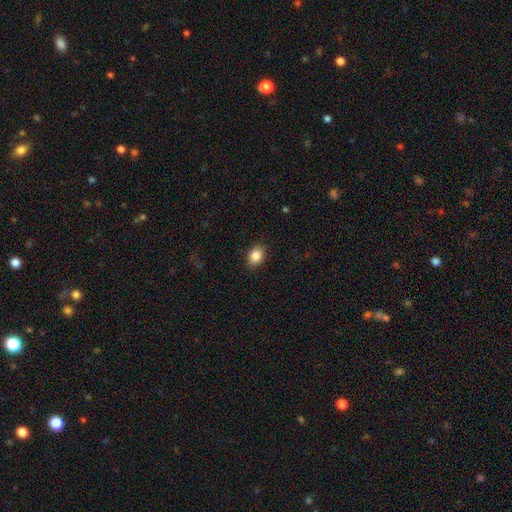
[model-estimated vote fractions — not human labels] A smooth galaxy with no disk features (86%) that is in between round and cigar-shaped (66%).

Vote fractions:
- Smooth or featured? smooth: 86% / star or artifact: 9% / featured or disk: 5%
- How rounded? in between: 66% / round: 33% / cigar-shaped: 1%
- Merging? none: 86% / minor disturbance: 11% / major disturbance: 3% / merger: 1%